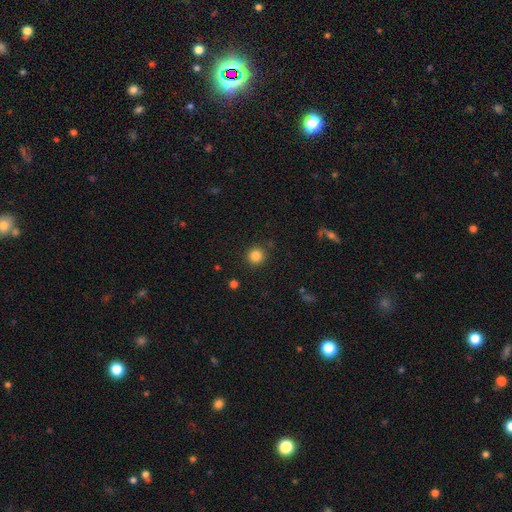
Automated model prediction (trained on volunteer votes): Morphology: type=smooth (84%); roundness=round (94%); merging=none (90%).